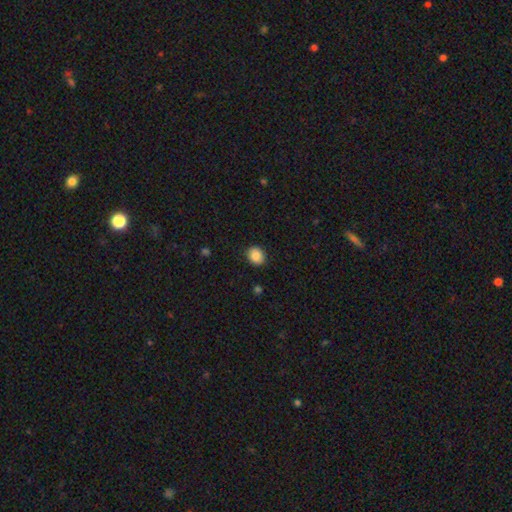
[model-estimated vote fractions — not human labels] smooth 86%, star or artifact 9%, featured or disk 5%. Down the decision tree: how rounded — round (61%); merging — none (89%).